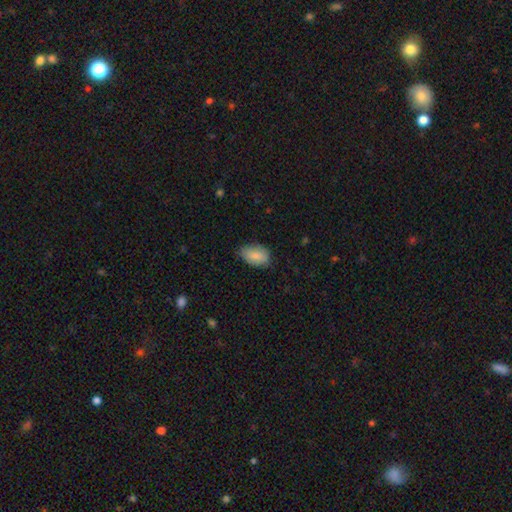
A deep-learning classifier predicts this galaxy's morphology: A smooth galaxy with no disk features (85%) that is in between round and cigar-shaped (91%). Merging: none (71%).